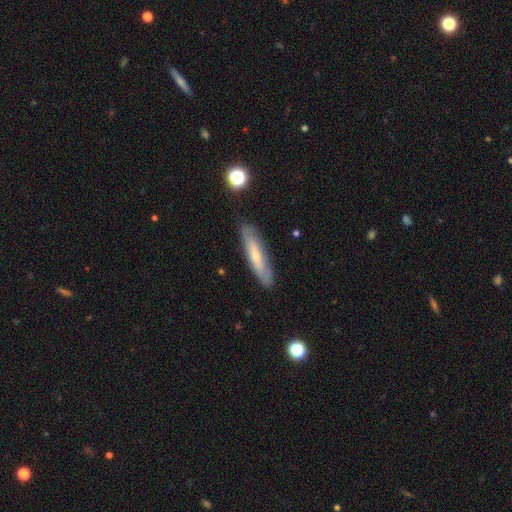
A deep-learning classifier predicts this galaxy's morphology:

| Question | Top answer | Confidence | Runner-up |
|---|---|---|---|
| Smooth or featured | smooth | 50% | featured or disk (43%) |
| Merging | none | 81% | minor disturbance (14%) |